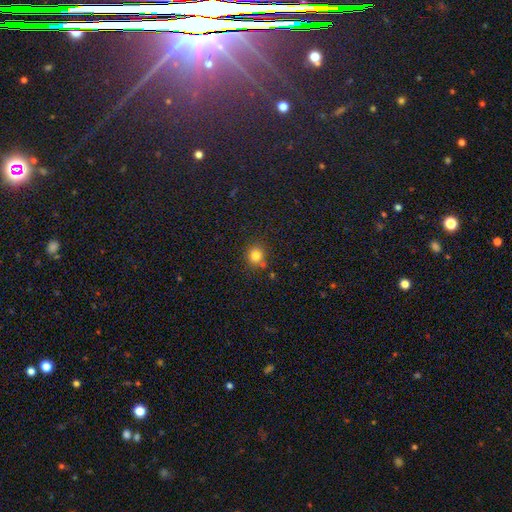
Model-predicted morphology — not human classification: smooth_or_featured: smooth (p=0.81) [alt: star or artifact p=0.13]
how_rounded: round (p=0.89) [alt: in between p=0.10]
merging: none (p=0.77) [alt: minor disturbance p=0.10]